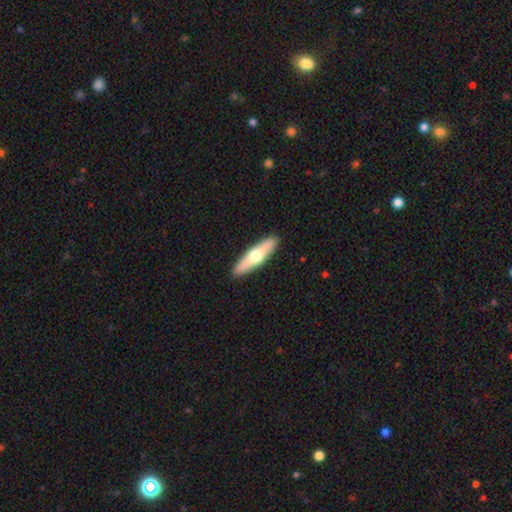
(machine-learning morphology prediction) smooth_or_featured: smooth (p=0.51) [alt: featured or disk p=0.44]
how_rounded: cigar-shaped (p=0.72) [alt: in between p=0.26]
merging: none (p=0.91) [alt: minor disturbance p=0.06]